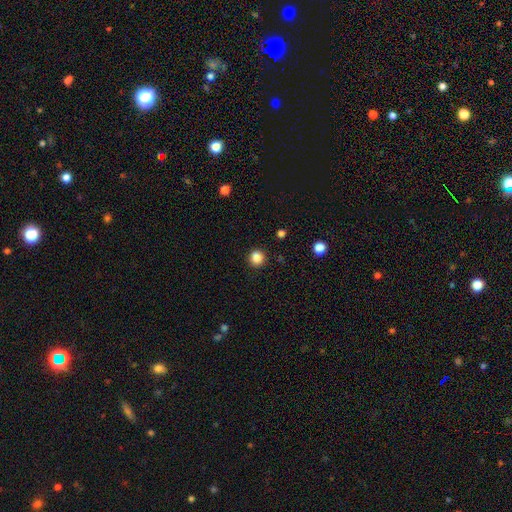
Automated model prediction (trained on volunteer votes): smooth-or-featured: smooth: 86% | star or artifact: 11% | featured or disk: 3%
  how-rounded: round: 93% | in between: 6% | cigar-shaped: 1%
  merging: none: 91% | minor disturbance: 6% | major disturbance: 2% | merger: 1%